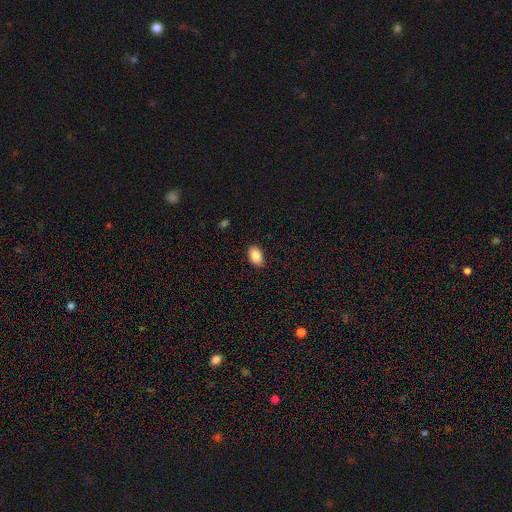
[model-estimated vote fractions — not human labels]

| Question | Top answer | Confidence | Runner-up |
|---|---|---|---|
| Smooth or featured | smooth | 88% | star or artifact (7%) |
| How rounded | in between | 90% | round (8%) |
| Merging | none | 86% | minor disturbance (10%) |